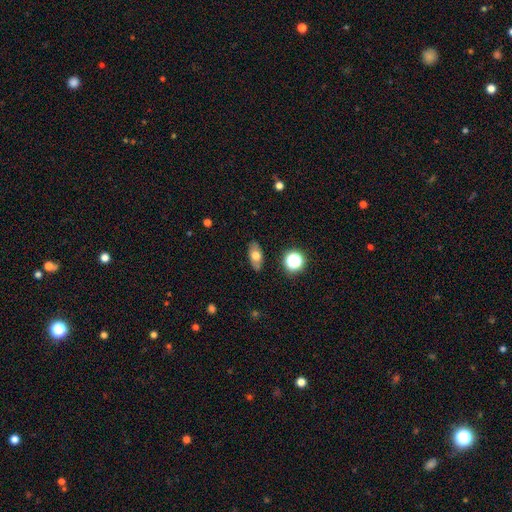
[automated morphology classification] Overall: smooth (66%). How rounded: in between (84%). Merging: none (84%).